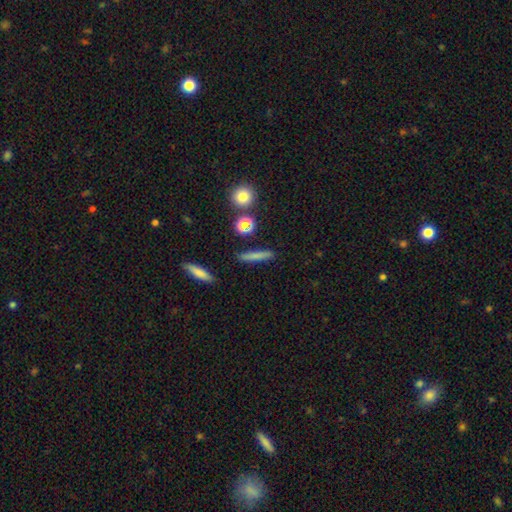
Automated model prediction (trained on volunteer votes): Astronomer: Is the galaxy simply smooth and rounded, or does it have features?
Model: smooth — 72%.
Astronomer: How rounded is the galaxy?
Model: cigar-shaped — 86%.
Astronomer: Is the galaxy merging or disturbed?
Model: none — 86%.